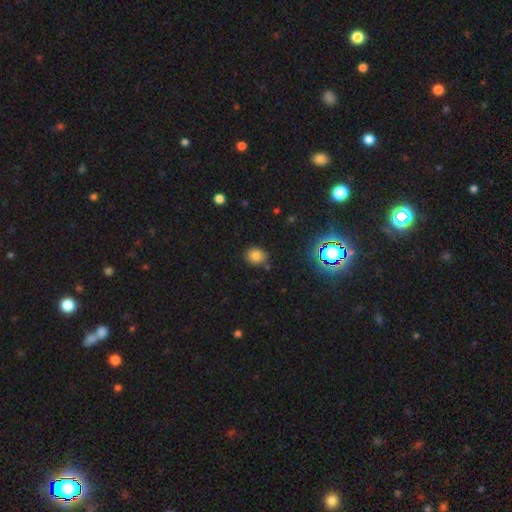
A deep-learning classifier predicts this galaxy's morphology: A smooth galaxy with no disk features (77%) that is round (70%).

Vote fractions:
- Smooth or featured? smooth: 77% / star or artifact: 16% / featured or disk: 6%
- How rounded? round: 70% / in between: 29% / cigar-shaped: 1%
- Merging? none: 81% / minor disturbance: 12% / merger: 4% / major disturbance: 3%